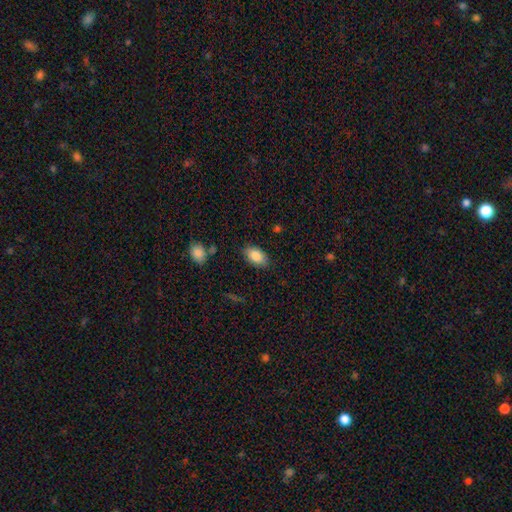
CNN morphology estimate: A smooth galaxy with no disk features (86%) that is in between round and cigar-shaped (93%).

Vote fractions:
- Smooth or featured? smooth: 86% / featured or disk: 7% / star or artifact: 7%
- How rounded? in between: 93% / round: 6% / cigar-shaped: 2%
- Merging? none: 83% / minor disturbance: 12% / major disturbance: 3% / merger: 2%